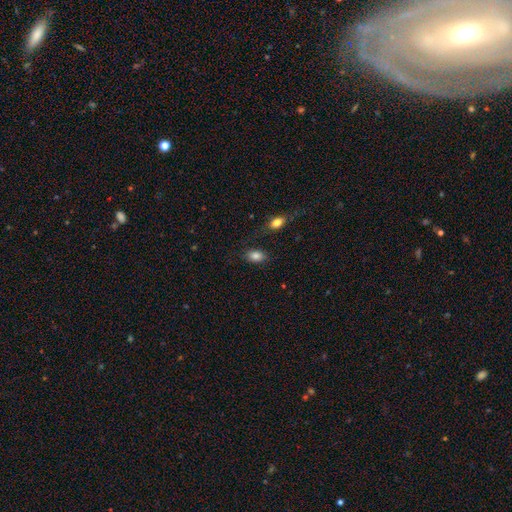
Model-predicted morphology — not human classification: smooth 84%, star or artifact 9%, featured or disk 7%. Down the decision tree: how rounded — in between (84%); merging — none (78%).